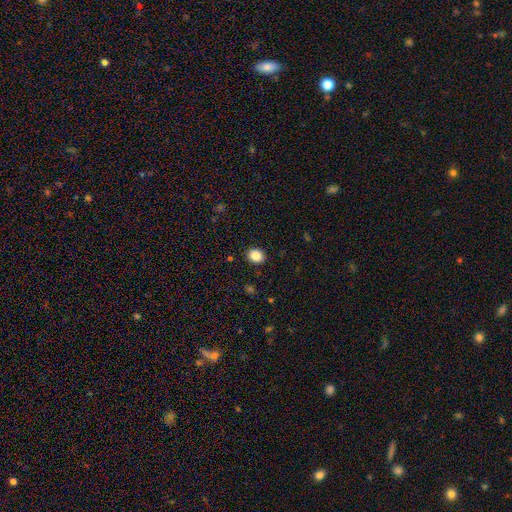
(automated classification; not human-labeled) Q: Smooth or featured?
A: smooth (86%); runner-up: star or artifact (10%)
Q: How rounded?
A: round (60%); runner-up: in between (39%)
Q: Merging?
A: none (90%); runner-up: minor disturbance (7%)